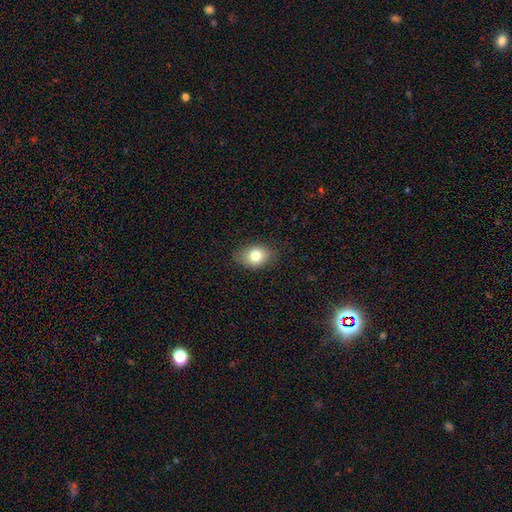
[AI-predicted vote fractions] Morphology: type=smooth (78%); roundness=in between (69%); merging=none (82%).